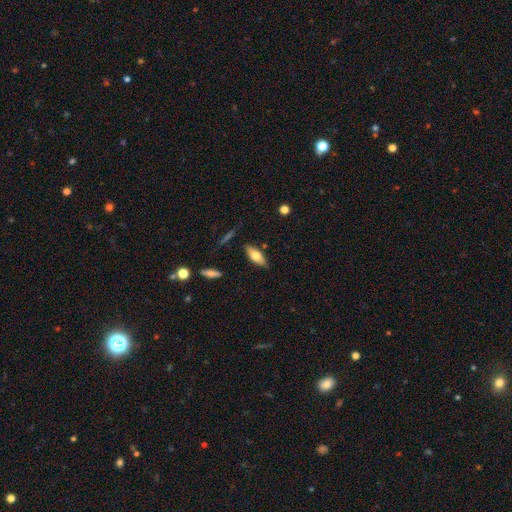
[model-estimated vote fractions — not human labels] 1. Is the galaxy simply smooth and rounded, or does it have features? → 64% smooth, 29% featured or disk, 7% star or artifact.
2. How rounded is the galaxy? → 76% in between, 22% cigar-shaped, 3% round.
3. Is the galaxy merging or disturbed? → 79% none, 15% minor disturbance, 3% major disturbance, 3% merger.